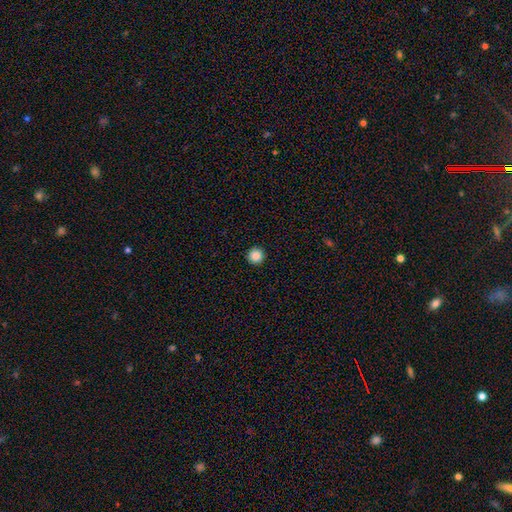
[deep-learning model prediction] smooth 87%, star or artifact 10%, featured or disk 3%. Down the decision tree: how rounded — round (97%); merging — none (93%).